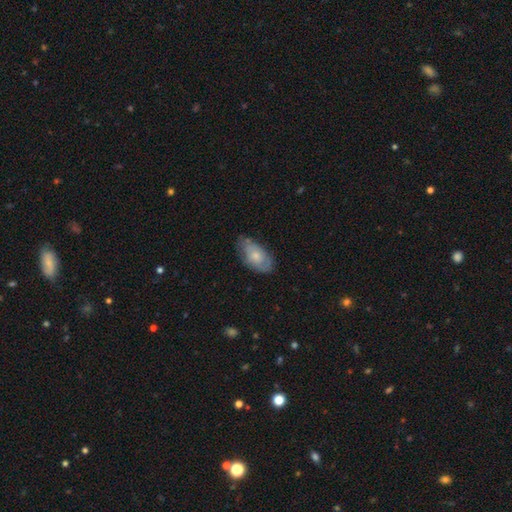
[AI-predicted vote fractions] Smooth or featured? Predicted: smooth (p=0.60). How rounded? Predicted: in between (p=0.92). Merging? Predicted: none (p=0.63).